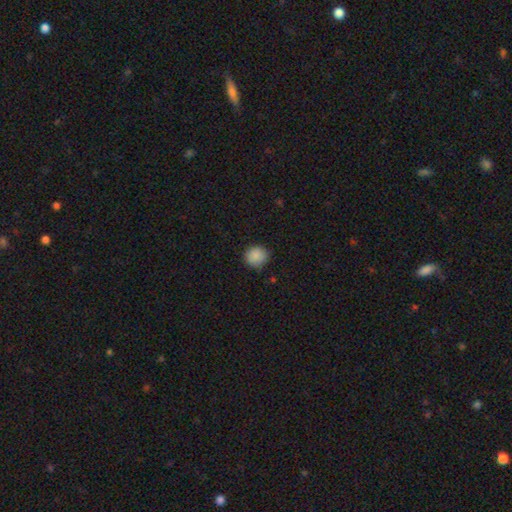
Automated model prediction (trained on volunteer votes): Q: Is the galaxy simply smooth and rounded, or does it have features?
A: smooth — 88%.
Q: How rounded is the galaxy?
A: round — 88%.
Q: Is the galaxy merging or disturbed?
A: none — 83%.